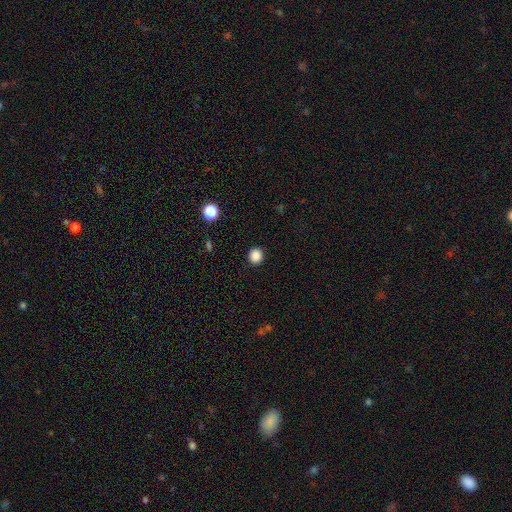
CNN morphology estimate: This appears to be a smooth galaxy with no disk features (87%) that is round (90%). Merging: none (92%).